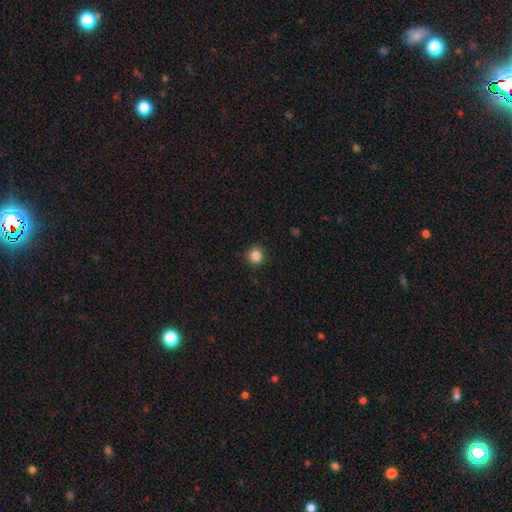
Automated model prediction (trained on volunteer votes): This is clearly a smooth galaxy (86%). How rounded: clearly round (95%). Merging: clearly none (90%).